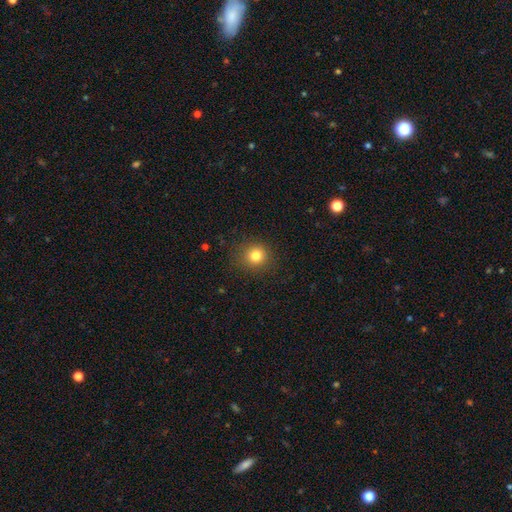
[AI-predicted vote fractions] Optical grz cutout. It shows a smooth galaxy with no disk features (80%) that is round (90%). Merging: none (88%).